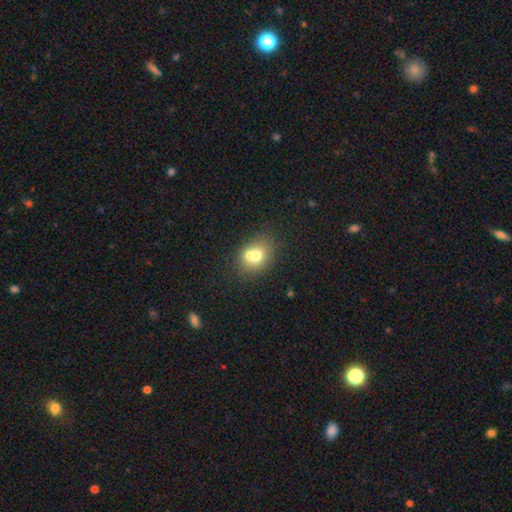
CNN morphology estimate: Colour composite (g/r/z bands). It shows a smooth galaxy with no disk features (68%) that is round (60%). Merging: merger (46%).